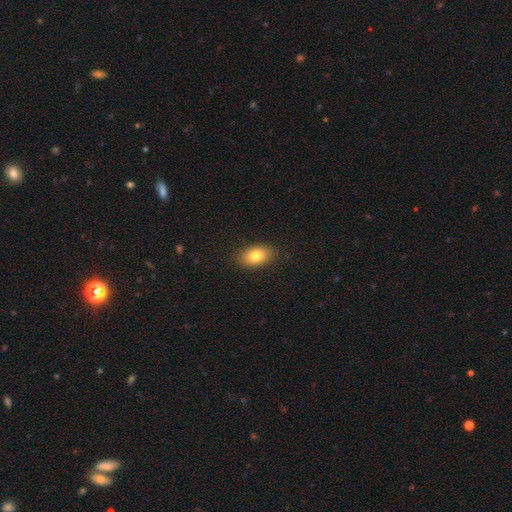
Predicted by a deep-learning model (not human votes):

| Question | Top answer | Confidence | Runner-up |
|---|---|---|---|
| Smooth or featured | smooth | 78% | featured or disk (13%) |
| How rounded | in between | 86% | round (12%) |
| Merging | none | 88% | minor disturbance (9%) |